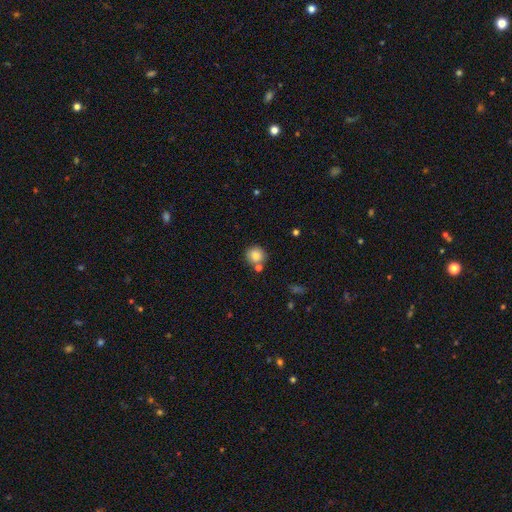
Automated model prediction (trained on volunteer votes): smooth_or_featured: smooth (p=0.81) [alt: star or artifact p=0.10]
how_rounded: round (p=0.90) [alt: in between p=0.09]
merging: none (p=0.72) [alt: merger p=0.15]